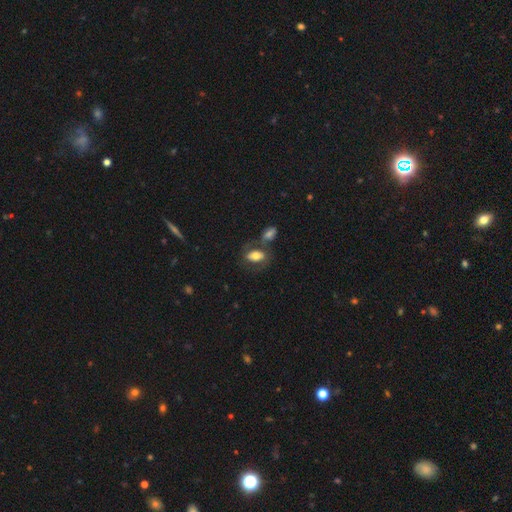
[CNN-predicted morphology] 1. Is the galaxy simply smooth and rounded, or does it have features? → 59% smooth, 33% featured or disk, 8% star or artifact.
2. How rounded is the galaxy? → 87% in between, 10% round, 3% cigar-shaped.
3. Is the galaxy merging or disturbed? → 50% none, 27% merger, 14% minor disturbance, 9% major disturbance.